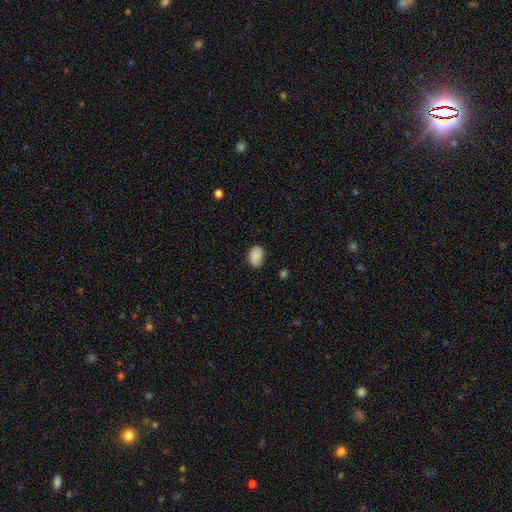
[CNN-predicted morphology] Smooth or featured? smooth (85%)
How rounded? in between (81%)
Merging? none (76%)